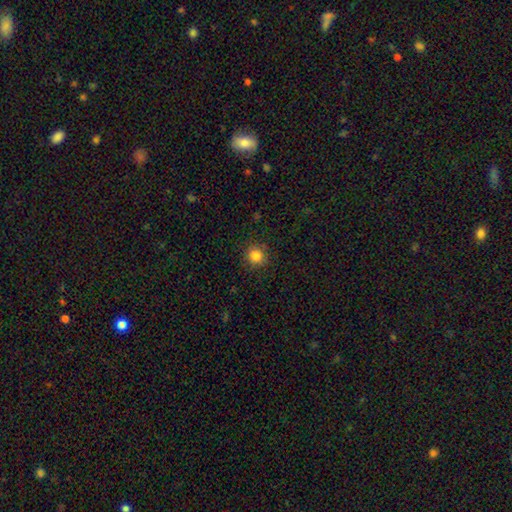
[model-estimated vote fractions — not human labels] A smooth galaxy with no disk features (85%) that is round (93%). Merging: none (88%).